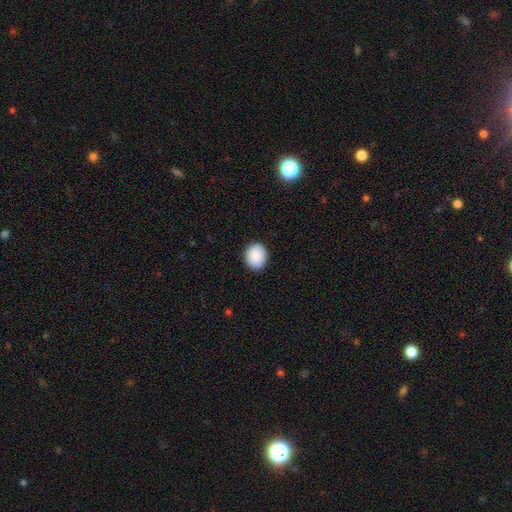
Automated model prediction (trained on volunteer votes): Overall: smooth (88%). How rounded: round (60%; in between 39%). Merging: none (89%).